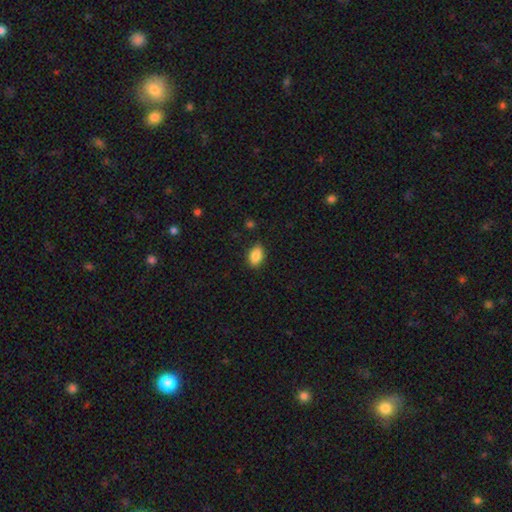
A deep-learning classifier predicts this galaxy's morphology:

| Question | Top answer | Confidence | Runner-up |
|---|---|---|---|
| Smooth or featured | smooth | 87% | star or artifact (8%) |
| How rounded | in between | 86% | round (12%) |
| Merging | none | 84% | minor disturbance (13%) |